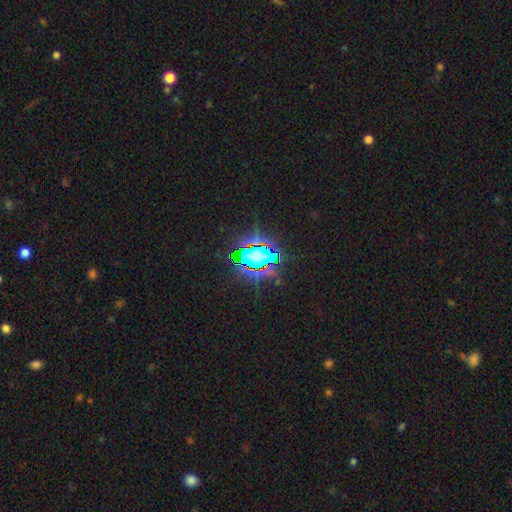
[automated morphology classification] A star or artifact, not a galaxy (63%).

Vote fractions:
- Smooth or featured? star or artifact: 63% / smooth: 21% / featured or disk: 16%